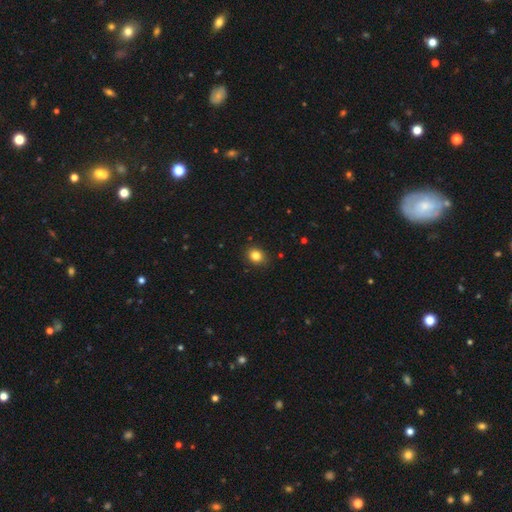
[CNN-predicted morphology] type=smooth (83%); roundness=round (62%); merging=none (89%).